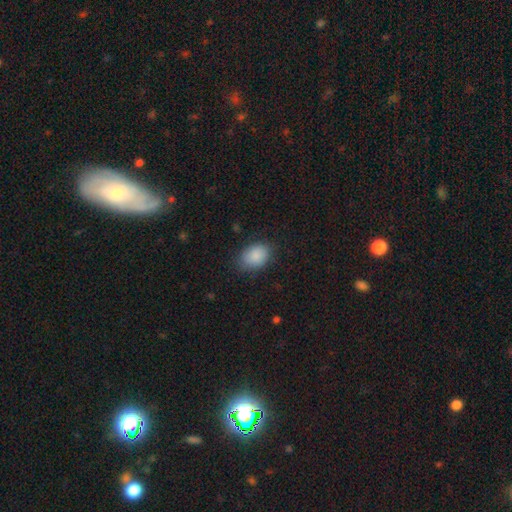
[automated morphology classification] This is clearly a smooth galaxy (88%). How rounded: likely in between (75%). Merging: likely none (79%).